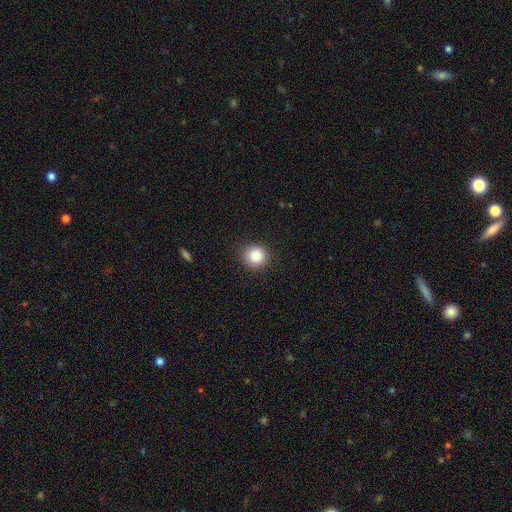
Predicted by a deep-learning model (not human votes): A smooth galaxy with no disk features (85%) that is round (91%). Merging: none (88%).